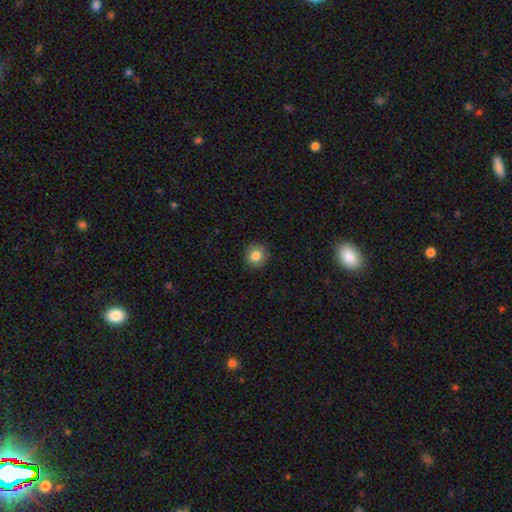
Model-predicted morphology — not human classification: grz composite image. It shows a smooth galaxy with no disk features (81%) that is round (90%). Merging: none (89%).